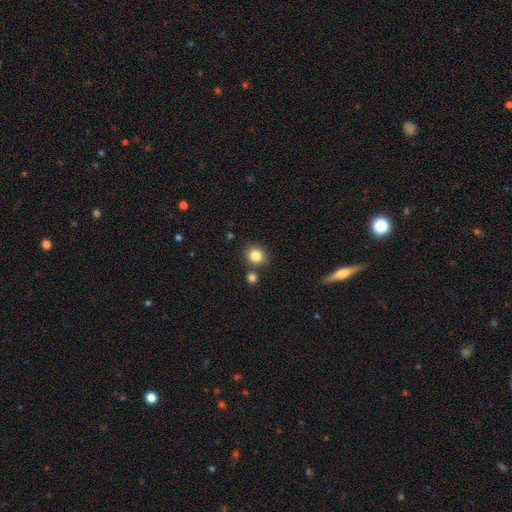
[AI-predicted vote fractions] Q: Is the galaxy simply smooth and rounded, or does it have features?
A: smooth — 84%.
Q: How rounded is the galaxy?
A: round — 72%.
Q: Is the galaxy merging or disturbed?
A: none — 77%.